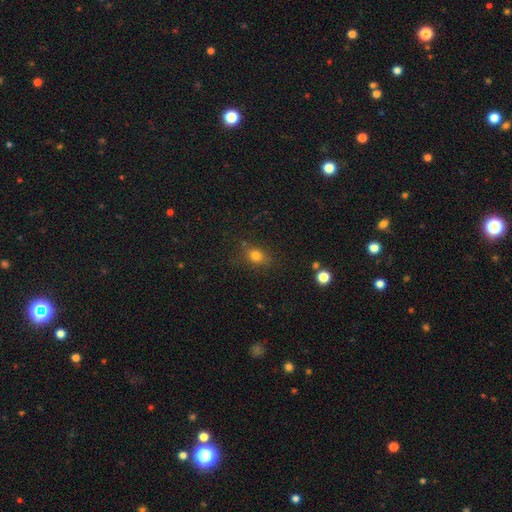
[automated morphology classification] smooth_or_featured: smooth (p=0.78) [alt: star or artifact p=0.14]
how_rounded: in between (p=0.55) [alt: round p=0.42]
merging: none (p=0.73) [alt: minor disturbance p=0.17]